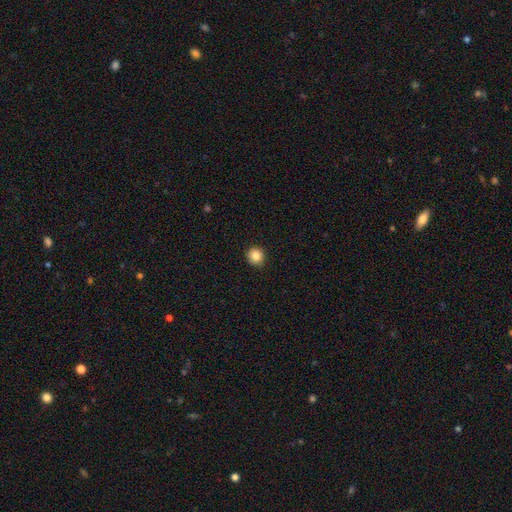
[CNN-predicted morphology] Q: Smooth or featured?
A: smooth (84%); runner-up: star or artifact (10%)
Q: How rounded?
A: round (93%); runner-up: in between (6%)
Q: Merging?
A: none (92%); runner-up: minor disturbance (5%)